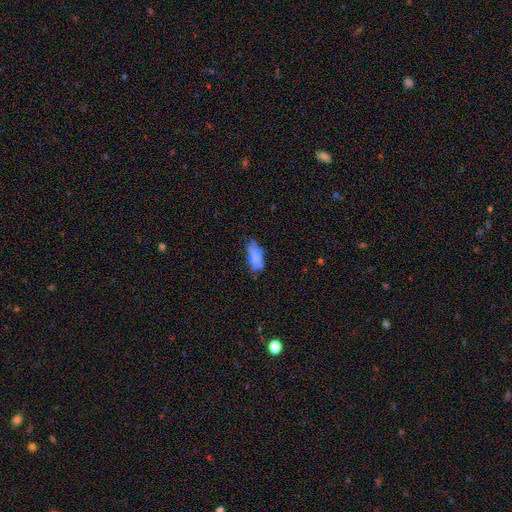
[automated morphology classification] smooth_or_featured: smooth (p=0.61) [alt: featured or disk p=0.28]
how_rounded: in between (p=0.87) [alt: cigar-shaped p=0.10]
merging: none (p=0.45) [alt: minor disturbance p=0.30]